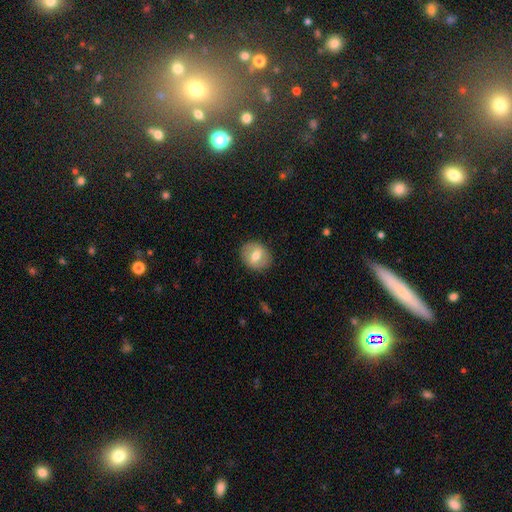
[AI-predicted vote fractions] smooth_or_featured: smooth (p=0.58) [alt: featured or disk p=0.35]
how_rounded: round (p=0.64) [alt: in between p=0.35]
merging: none (p=0.86) [alt: minor disturbance p=0.10]